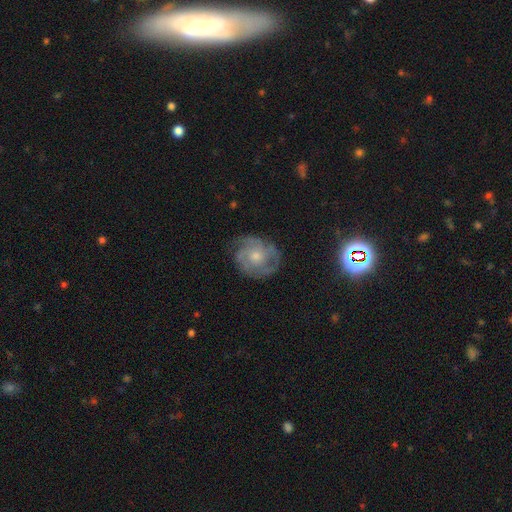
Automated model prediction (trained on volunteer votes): smooth_or_featured: featured or disk (p=0.76) [alt: smooth p=0.17]
disk_edge_on: no (p=0.97) [alt: yes p=0.03]
bar: no (p=0.79) [alt: weak p=0.18]
has_spiral_arms: yes (p=0.90) [alt: no p=0.10]
spiral_winding: tight (p=0.51) [alt: medium p=0.38]
spiral_arm_count: 3 (p=0.31) [alt: can't tell p=0.29]
bulge_size: moderate (p=0.58) [alt: small p=0.34]
merging: none (p=0.71) [alt: minor disturbance p=0.20]